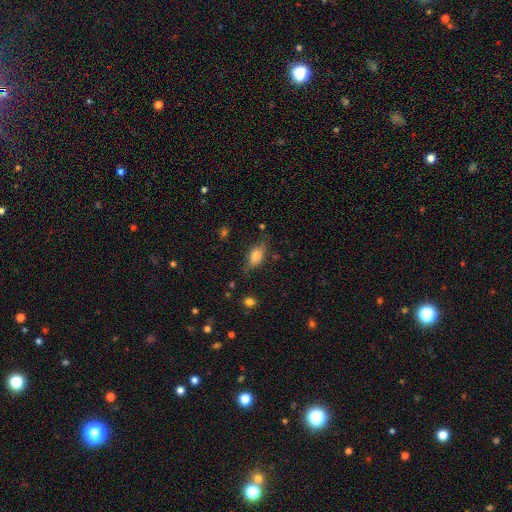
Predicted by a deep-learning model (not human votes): A smooth galaxy with no disk features (76%) that is in between round and cigar-shaped (85%). Merging: none (65%).